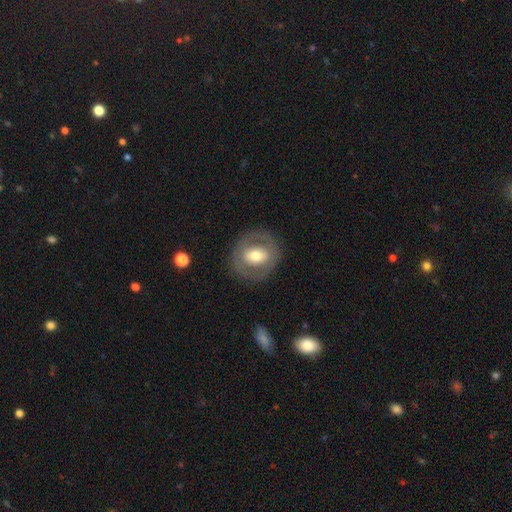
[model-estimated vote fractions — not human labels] Smooth or featured? smooth (48%)
Merging? none (83%)